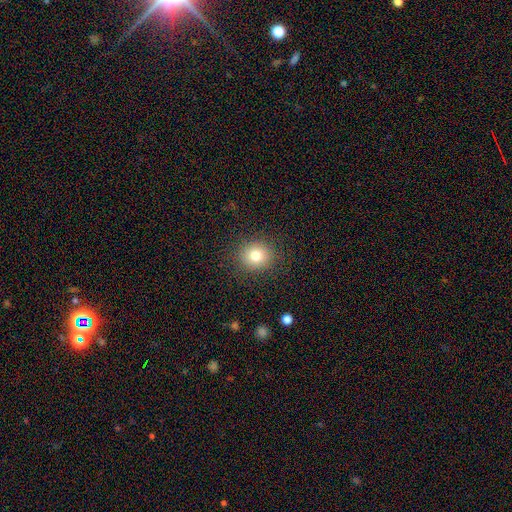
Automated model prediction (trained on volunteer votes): Smooth or featured? Predicted: smooth (p=0.79). How rounded? Predicted: round (p=0.82). Merging? Predicted: none (p=0.89).